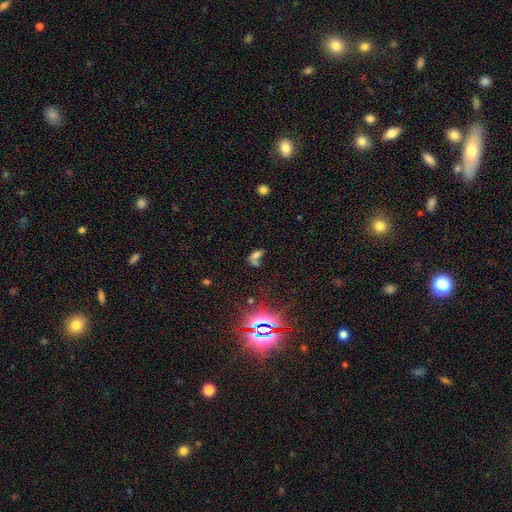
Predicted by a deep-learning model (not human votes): A smooth galaxy with no disk features (52%) that is in between round and cigar-shaped (77%).

Vote fractions:
- Smooth or featured? smooth: 52% / star or artifact: 28% / featured or disk: 20%
- How rounded? in between: 77% / round: 14% / cigar-shaped: 9%
- Merging? merger: 52% / none: 26% / major disturbance: 12% / minor disturbance: 11%